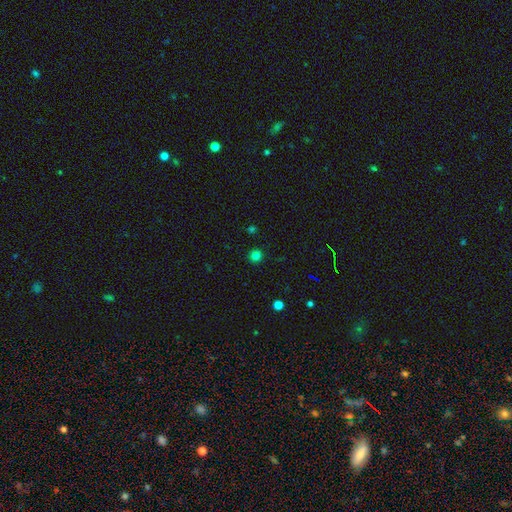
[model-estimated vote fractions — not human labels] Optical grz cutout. It shows a smooth galaxy with no disk features (79%) that is round (94%). Merging: none (92%).